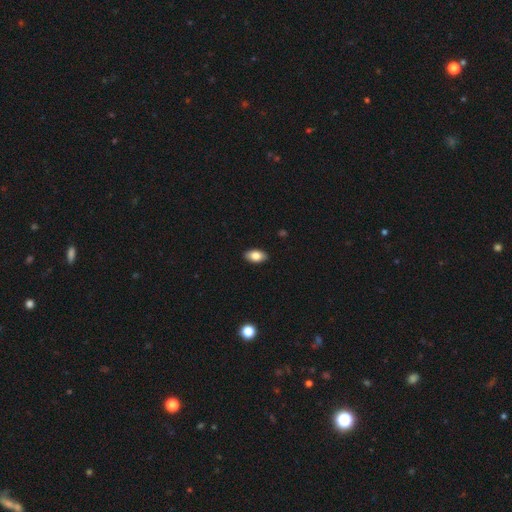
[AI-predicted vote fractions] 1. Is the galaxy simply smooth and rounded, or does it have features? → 82% smooth, 10% featured or disk, 7% star or artifact.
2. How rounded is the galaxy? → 92% in between, 5% round, 2% cigar-shaped.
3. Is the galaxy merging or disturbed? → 90% none, 8% minor disturbance, 2% major disturbance, 1% merger.